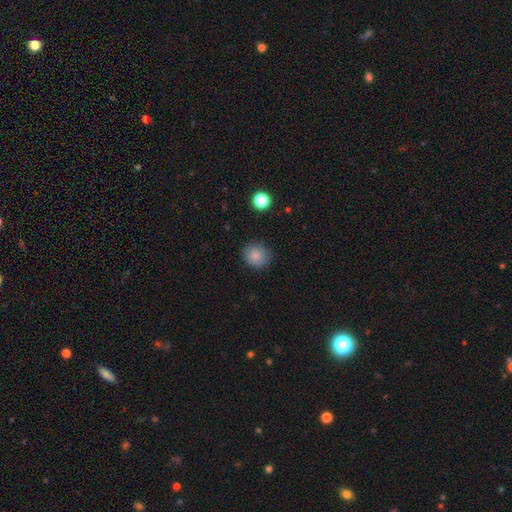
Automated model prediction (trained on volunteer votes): Smooth or featured? Predicted: smooth (p=0.85). How rounded? Predicted: round (p=0.84). Merging? Predicted: none (p=0.87).